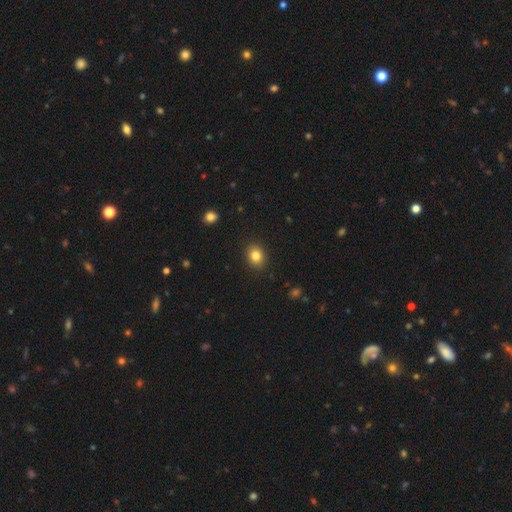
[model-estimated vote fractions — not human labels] A smooth galaxy with no disk features (83%) that is round (58%).

Vote fractions:
- Smooth or featured? smooth: 83% / star or artifact: 10% / featured or disk: 6%
- How rounded? round: 58% / in between: 41% / cigar-shaped: 1%
- Merging? none: 90% / minor disturbance: 7% / major disturbance: 2% / merger: 1%